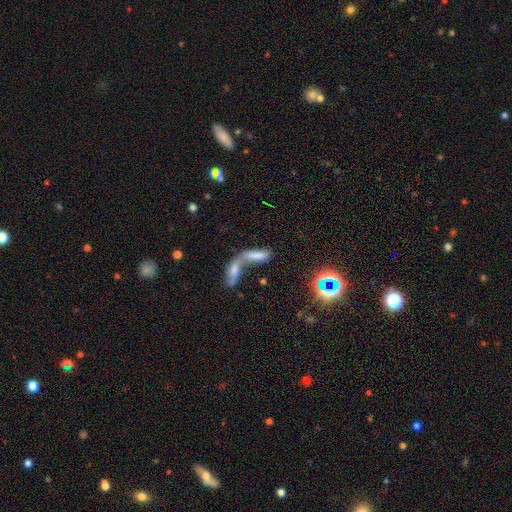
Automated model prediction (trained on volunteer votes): The model was most divided on "how rounded": in between: 55%, cigar-shaped: 42%, round: 4%. More confident: merging — merger (78%); smooth or featured — smooth (65%).